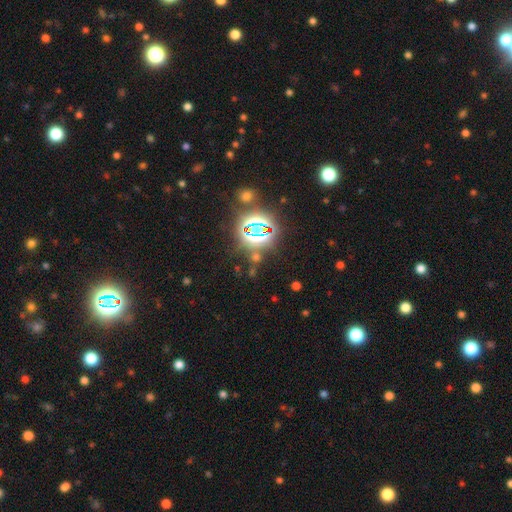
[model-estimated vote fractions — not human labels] This is likely a star or artifact rather than a galaxy (77%).